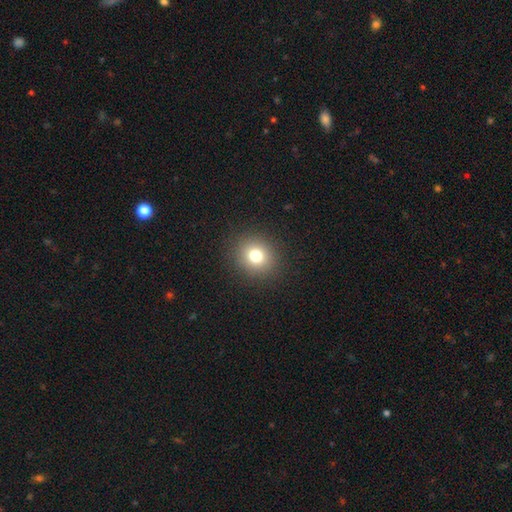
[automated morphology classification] Smooth or featured?
  - smooth: 76% *
  - star or artifact: 14%
  - featured or disk: 9%
How rounded?
  - round: 84% *
  - in between: 15%
  - cigar-shaped: 1%
Merging?
  - none: 90% *
  - minor disturbance: 6%
  - major disturbance: 3%
  - merger: 1%